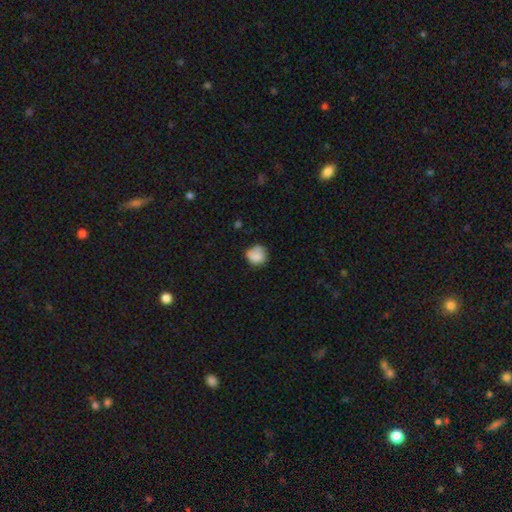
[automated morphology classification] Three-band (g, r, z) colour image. It shows a smooth galaxy with no disk features (83%) that is round (83%). Merging: none (68%).